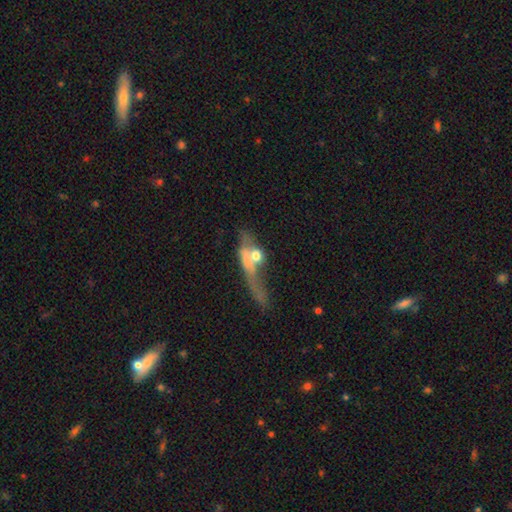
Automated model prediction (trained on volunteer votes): A smooth galaxy with no disk features (45%).

Vote fractions:
- Smooth or featured? smooth: 45% / featured or disk: 44% / star or artifact: 11%
- Merging? major disturbance: 38% / merger: 36% / none: 16% / minor disturbance: 11%